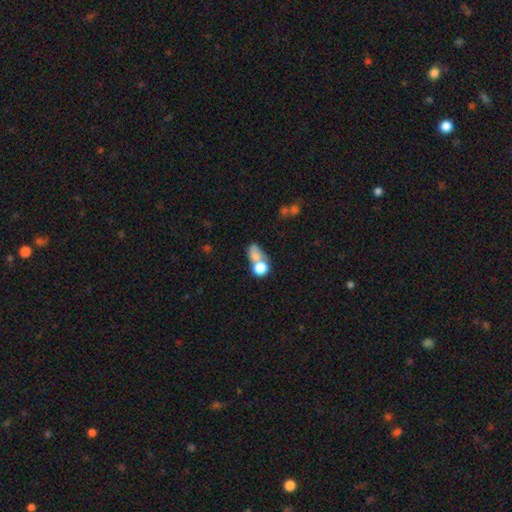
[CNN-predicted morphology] This is likely a smooth galaxy (73%). How rounded: possibly in between (54%). Merging: possibly merger (55%).